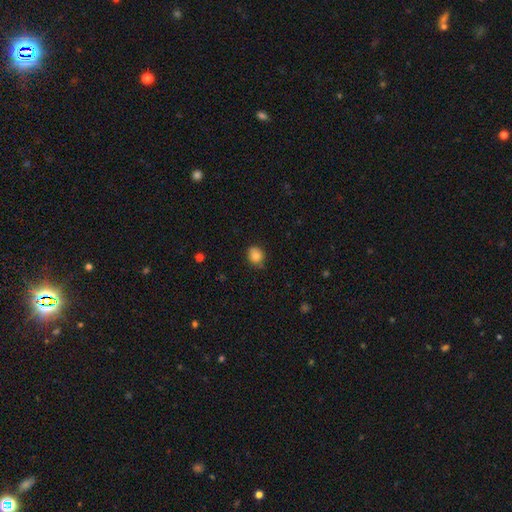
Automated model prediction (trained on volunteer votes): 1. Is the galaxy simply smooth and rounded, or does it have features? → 83% smooth, 10% star or artifact, 7% featured or disk.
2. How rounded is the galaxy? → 58% round, 41% in between, 1% cigar-shaped.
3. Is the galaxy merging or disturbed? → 73% none, 22% minor disturbance, 3% major disturbance, 2% merger.